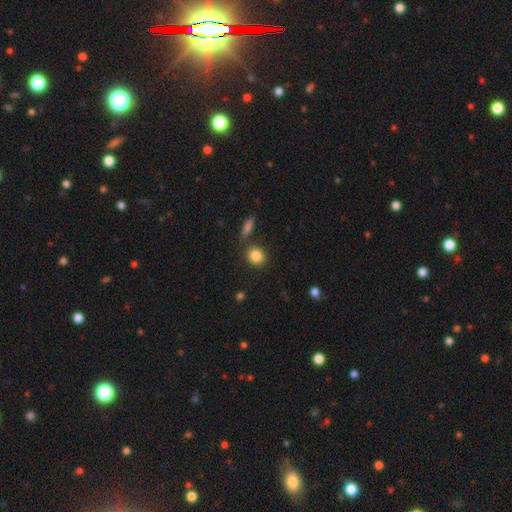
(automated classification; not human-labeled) Q: Smooth or featured?
A: smooth (85%); runner-up: star or artifact (9%)
Q: How rounded?
A: round (73%); runner-up: in between (25%)
Q: Merging?
A: none (79%); runner-up: minor disturbance (10%)